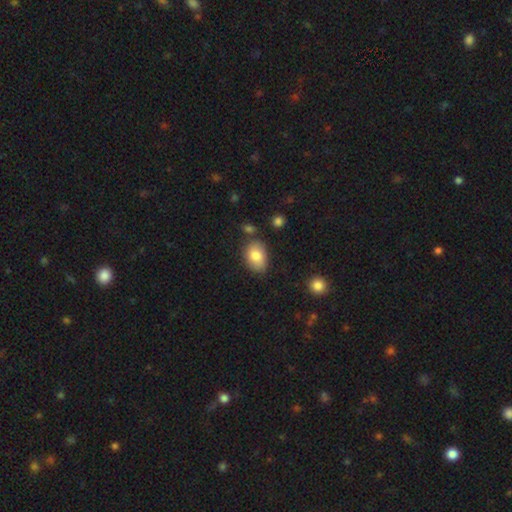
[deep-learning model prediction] This appears to be a smooth galaxy with no disk features (81%) that is in between round and cigar-shaped (81%). Merging: none (74%).